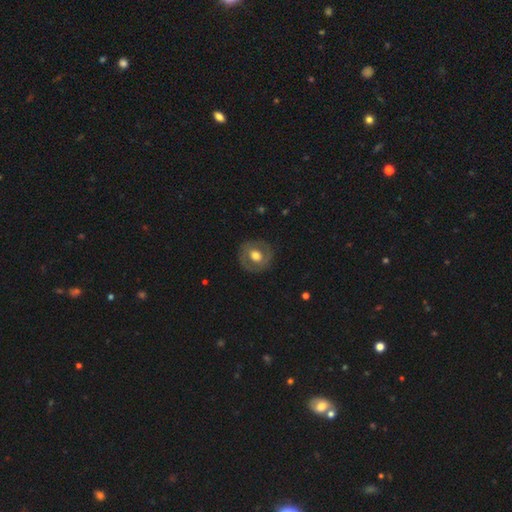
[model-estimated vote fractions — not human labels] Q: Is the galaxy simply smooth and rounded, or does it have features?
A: featured or disk — 47%.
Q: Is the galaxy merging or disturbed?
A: none — 84%.